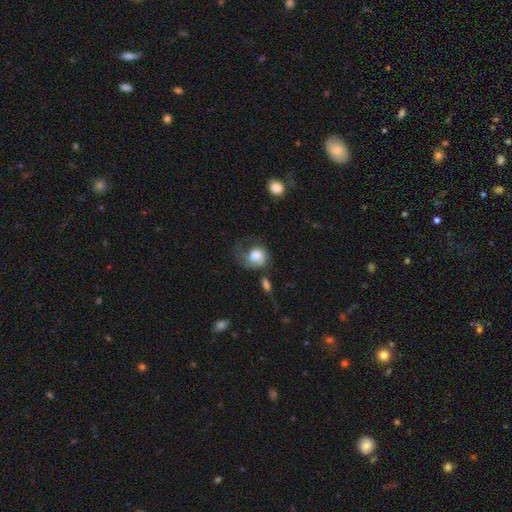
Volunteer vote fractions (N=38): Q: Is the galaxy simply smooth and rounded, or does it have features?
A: smooth — 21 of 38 (55%).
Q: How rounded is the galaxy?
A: round — 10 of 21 (48%, tied with in between).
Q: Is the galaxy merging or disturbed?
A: major disturbance — 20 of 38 (53%).